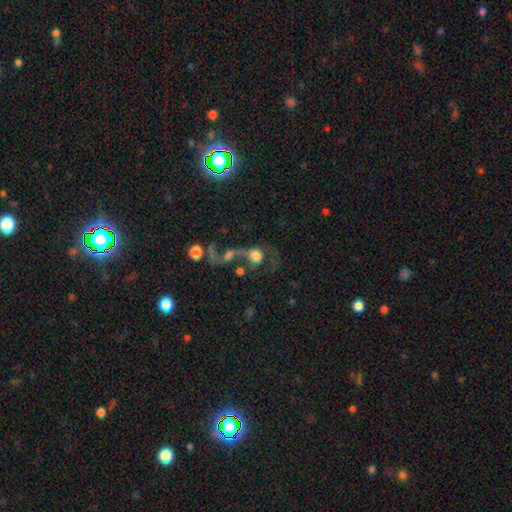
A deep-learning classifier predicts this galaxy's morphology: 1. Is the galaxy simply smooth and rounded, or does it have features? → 53% smooth, 34% featured or disk, 13% star or artifact.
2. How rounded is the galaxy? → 73% round, 25% in between, 2% cigar-shaped.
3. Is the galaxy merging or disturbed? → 51% merger, 22% major disturbance, 20% none, 8% minor disturbance.